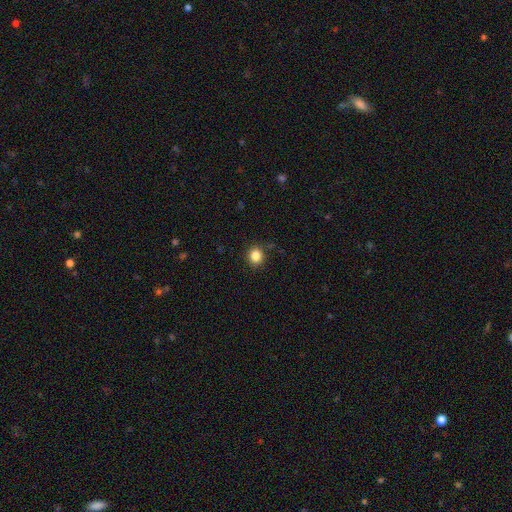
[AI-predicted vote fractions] This is clearly a smooth galaxy (85%). How rounded: clearly round (81%). Merging: clearly none (89%).